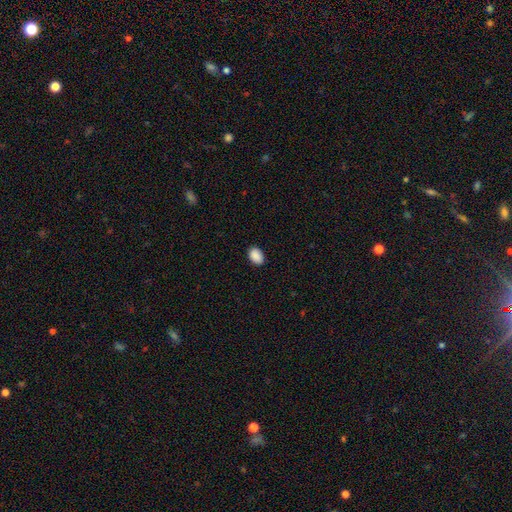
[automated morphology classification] Smooth or featured? smooth (90%)
How rounded? in between (82%)
Merging? none (89%)